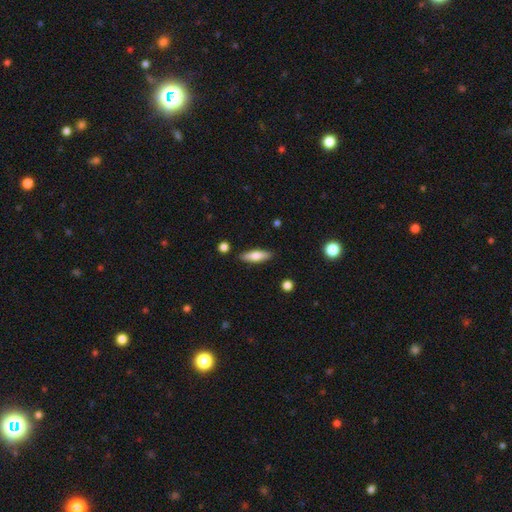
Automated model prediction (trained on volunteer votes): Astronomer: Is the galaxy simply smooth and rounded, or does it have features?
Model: smooth — 66%.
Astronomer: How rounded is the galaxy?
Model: cigar-shaped — 55% (runner-up: in between, 43%).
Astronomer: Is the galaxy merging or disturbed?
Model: none — 87%.